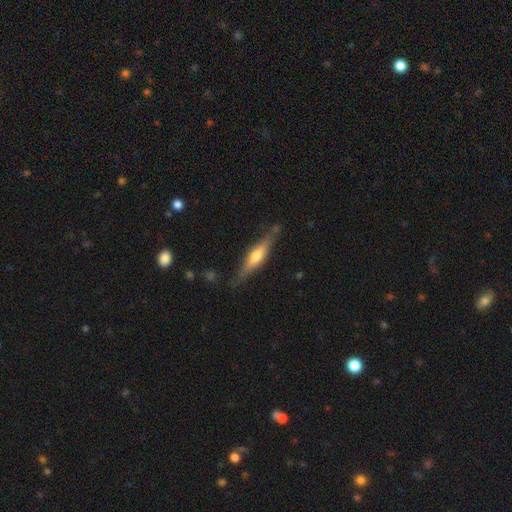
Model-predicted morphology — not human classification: Overall: featured or disk (57%; smooth 37%). Edge-on disk: yes (93%). Edge-on bulge: rounded (82%). Merging: none (78%).